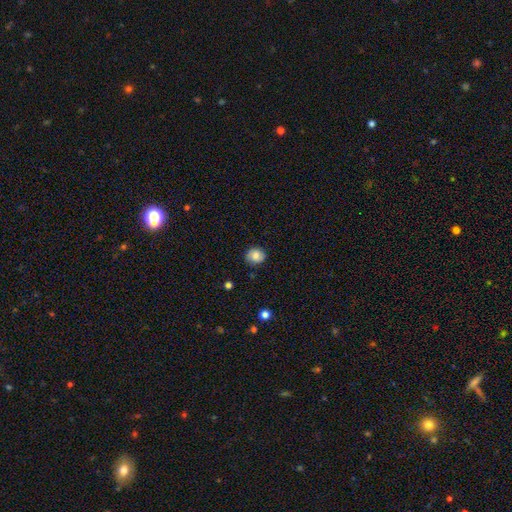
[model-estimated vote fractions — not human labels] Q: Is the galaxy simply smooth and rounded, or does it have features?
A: smooth — 82%.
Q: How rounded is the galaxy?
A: round — 78%.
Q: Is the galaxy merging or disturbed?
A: none — 84%.